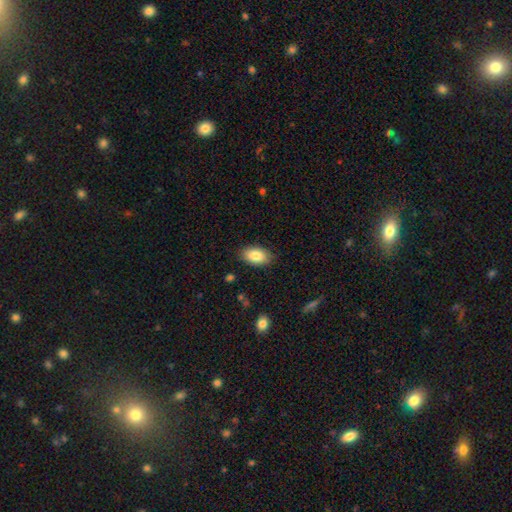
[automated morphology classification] This appears to be a smooth galaxy with no disk features (83%) that is in between round and cigar-shaped (92%). Merging: none (85%).